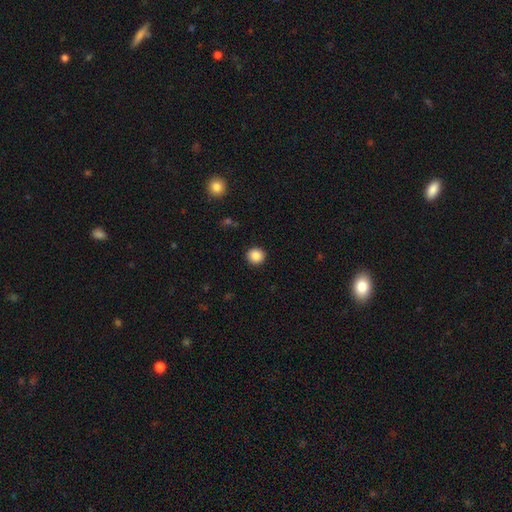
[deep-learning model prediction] A smooth galaxy with no disk features (87%) that is round (94%).

Vote fractions:
- Smooth or featured? smooth: 87% / star or artifact: 10% / featured or disk: 4%
- How rounded? round: 94% / in between: 5% / cigar-shaped: 1%
- Merging? none: 93% / minor disturbance: 5% / major disturbance: 2% / merger: 1%